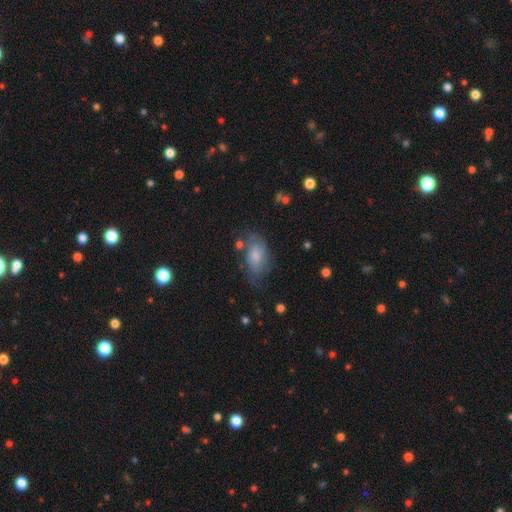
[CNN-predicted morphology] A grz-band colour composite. It shows a smooth galaxy with no disk features (54%) that is in between round and cigar-shaped (89%). Merging: none (60%).